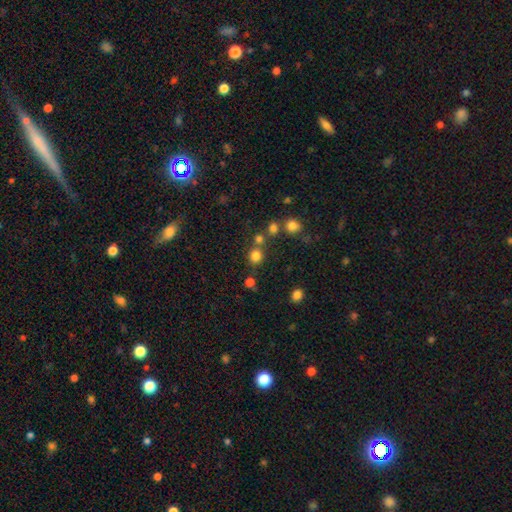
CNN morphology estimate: Q: Smooth or featured?
A: smooth (77%); runner-up: star or artifact (17%)
Q: How rounded?
A: round (87%); runner-up: in between (12%)
Q: Merging?
A: none (72%); runner-up: merger (16%)